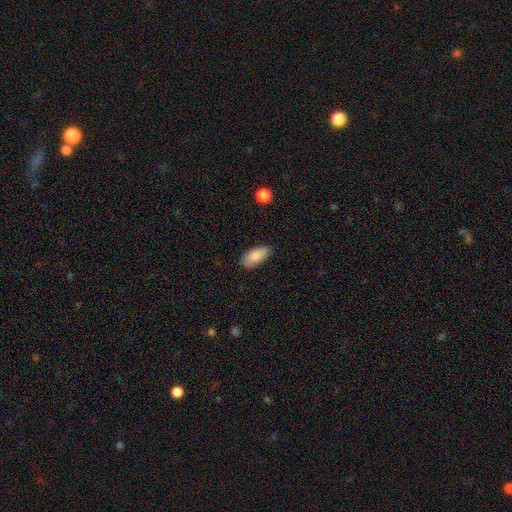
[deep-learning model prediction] Smooth or featured: smooth — 87% (featured or disk — 7%)
How rounded: in between — 91% (cigar-shaped — 6%)
Merging: none — 83% (minor disturbance — 13%)